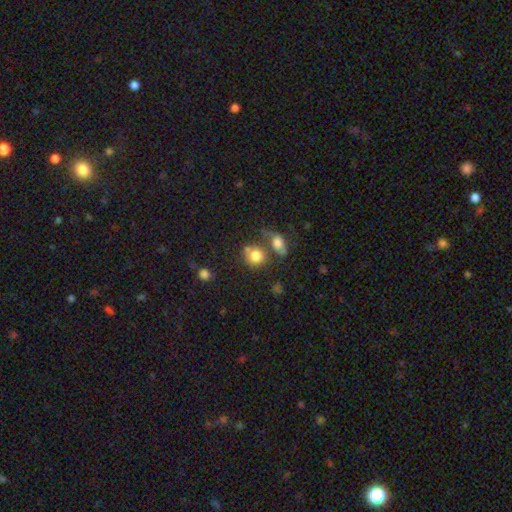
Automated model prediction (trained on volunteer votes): smooth_or_featured: smooth (p=0.79) [alt: featured or disk p=0.11]
how_rounded: round (p=0.78) [alt: in between p=0.21]
merging: none (p=0.48) [alt: merger p=0.33]